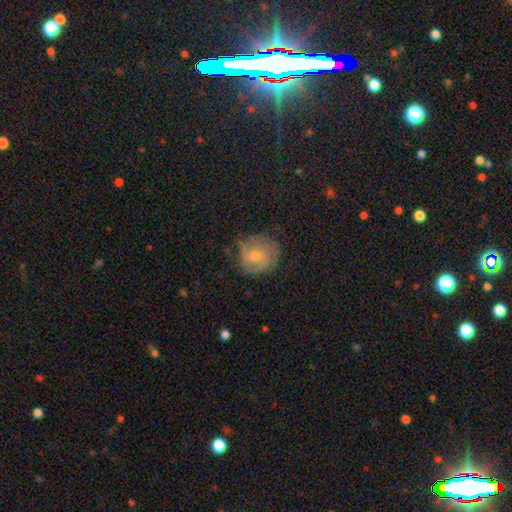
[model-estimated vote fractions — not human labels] Morphology: type=smooth (49%); merging=none (68%).